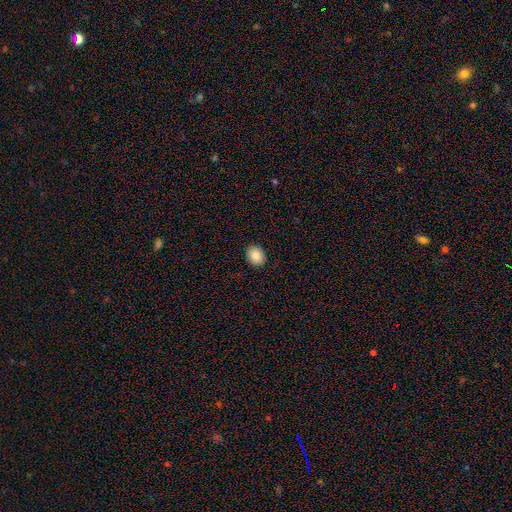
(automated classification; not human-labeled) A smooth galaxy with no disk features (86%) that is in between round and cigar-shaped (50%, tied with round).

Vote fractions:
- Smooth or featured? smooth: 86% / star or artifact: 8% / featured or disk: 6%
- How rounded? in between: 50% (tied) / round: 50% (tied) / cigar-shaped: 1%
- Merging? none: 91% / minor disturbance: 6% / major disturbance: 2% / merger: 1%